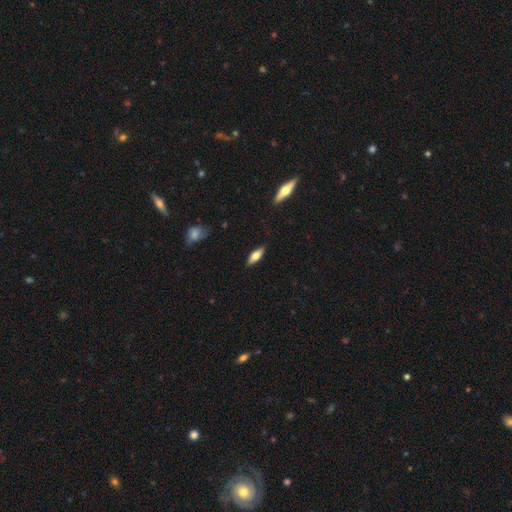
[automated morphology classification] smooth 56%, featured or disk 38%, star or artifact 6%. Down the decision tree: how rounded — in between (60%); merging — none (85%).